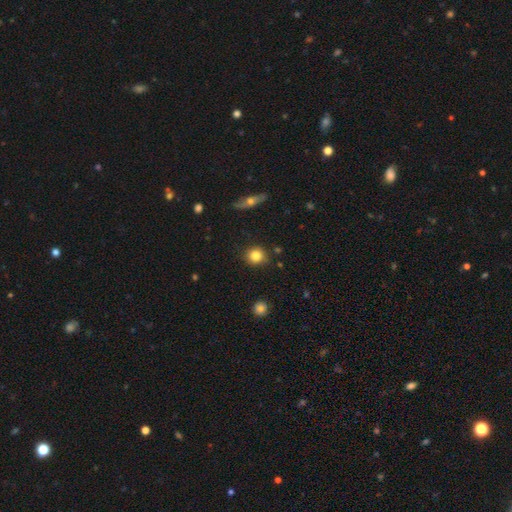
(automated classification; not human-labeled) Morphology: type=smooth (83%); roundness=round (88%); merging=none (88%).